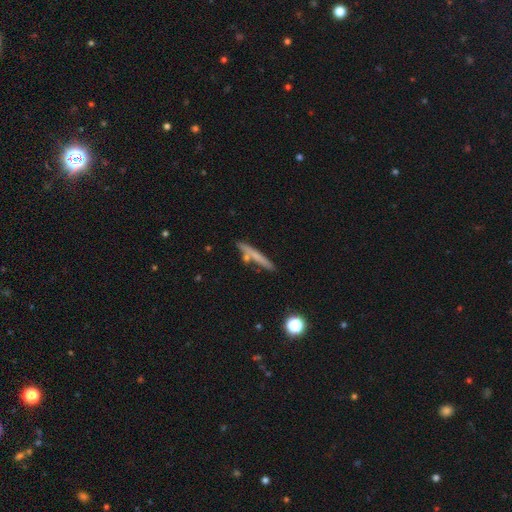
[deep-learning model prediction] Overall: smooth (56%; featured or disk 36%). How rounded: cigar-shaped (93%). Merging: none (77%).